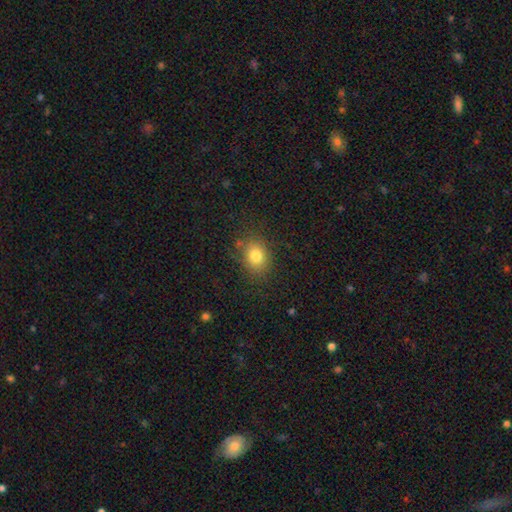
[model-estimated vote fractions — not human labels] smooth 80%, star or artifact 12%, featured or disk 8%. Down the decision tree: how rounded — round (53%); merging — none (81%).